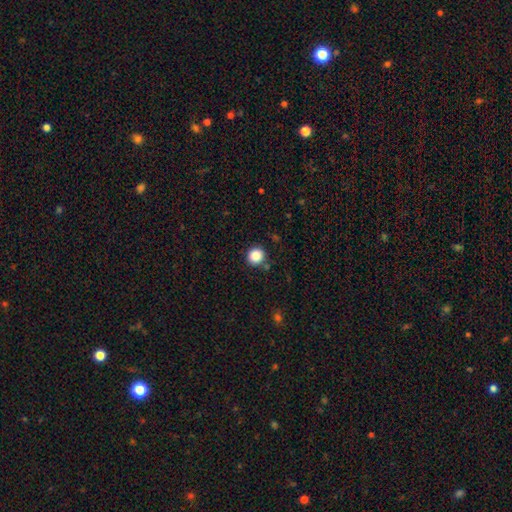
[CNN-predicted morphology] A smooth galaxy with no disk features (86%) that is round (90%).

Vote fractions:
- Smooth or featured? smooth: 86% / star or artifact: 10% / featured or disk: 3%
- How rounded? round: 90% / in between: 9% / cigar-shaped: 1%
- Merging? none: 86% / minor disturbance: 8% / merger: 3% / major disturbance: 3%